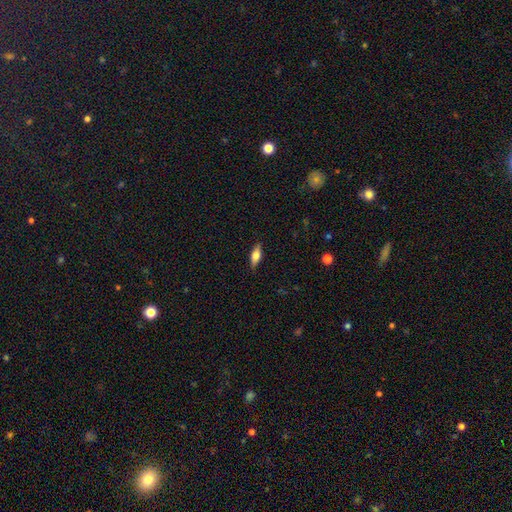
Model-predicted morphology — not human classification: smooth_or_featured: smooth (p=0.62) [alt: featured or disk p=0.31]
how_rounded: in between (p=0.66) [alt: cigar-shaped p=0.31]
merging: none (p=0.86) [alt: minor disturbance p=0.10]